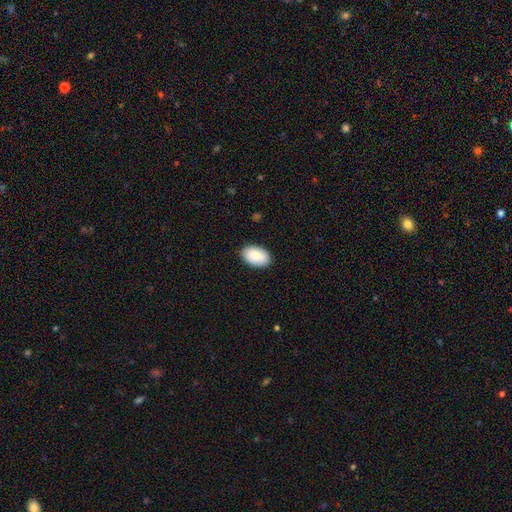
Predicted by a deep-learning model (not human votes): Smooth or featured: smooth — 89% (star or artifact — 6%)
How rounded: in between — 92% (round — 7%)
Merging: none — 88% (minor disturbance — 9%)